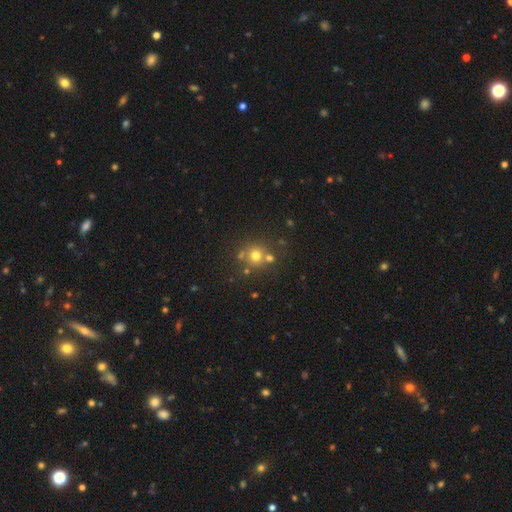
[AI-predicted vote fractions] smooth-or-featured: smooth: 68% | star or artifact: 20% | featured or disk: 12%
  how-rounded: round: 91% | in between: 8% | cigar-shaped: 1%
  merging: none: 66% | merger: 21% | minor disturbance: 9% | major disturbance: 4%